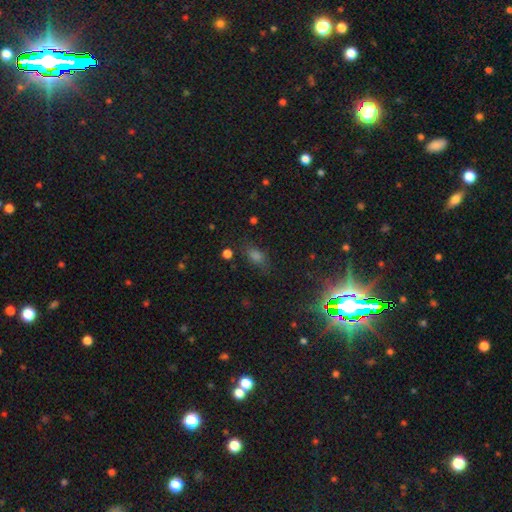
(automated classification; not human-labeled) Q: Smooth or featured?
A: smooth (50%); runner-up: star or artifact (40%)
Q: How rounded?
A: in between (75%); runner-up: round (19%)
Q: Merging?
A: none (76%); runner-up: minor disturbance (15%)